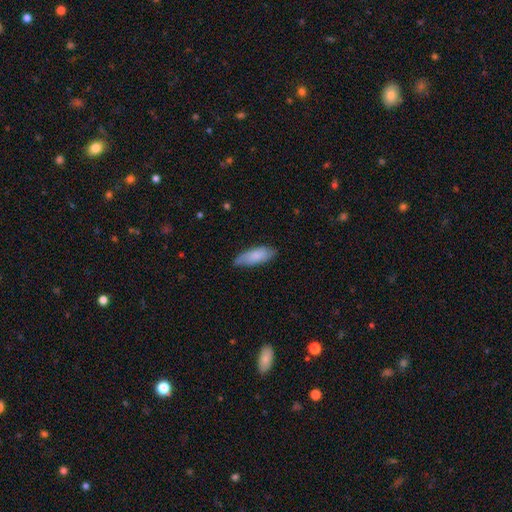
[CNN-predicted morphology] This is clearly a smooth galaxy (80%). How rounded: likely in between (72%). Merging: likely none (73%).